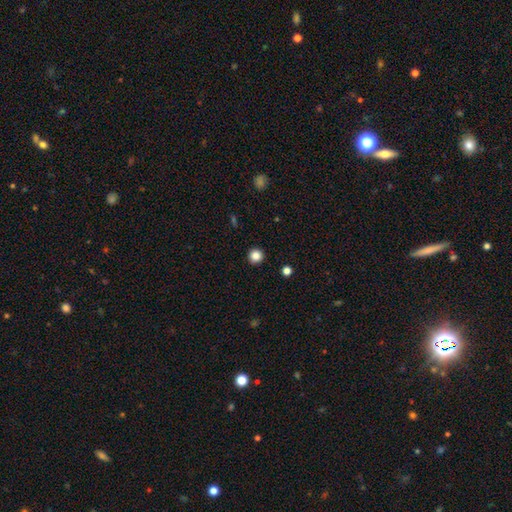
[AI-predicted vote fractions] Q: Smooth or featured?
A: smooth (85%); runner-up: star or artifact (11%)
Q: How rounded?
A: round (95%); runner-up: in between (4%)
Q: Merging?
A: none (93%); runner-up: minor disturbance (4%)